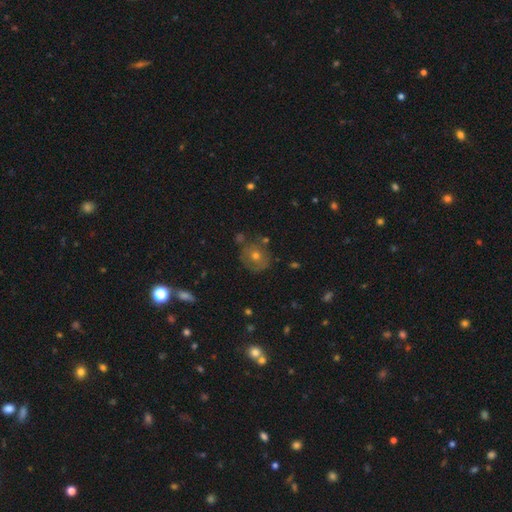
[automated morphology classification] smooth_or_featured: smooth (p=0.43) [alt: featured or disk p=0.40]
merging: none (p=0.73) [alt: minor disturbance p=0.16]